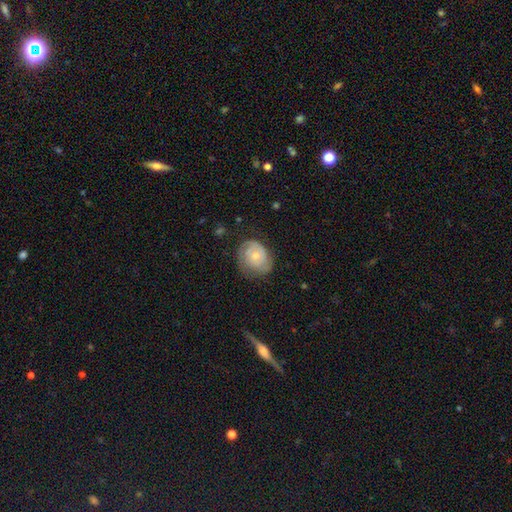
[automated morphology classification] smooth-or-featured: featured or disk: 57% | smooth: 36% | star or artifact: 7%
  disk-edge-on: no: 97% | yes: 3%
    bar: no: 81% | weak: 16% | strong: 2%
    has-spiral-arms: yes: 80% | no: 20%
    bulge-size: small: 53% | moderate: 43% | large: 2% | none: 2% | dominant: 1%
  merging: none: 61% | minor disturbance: 27% | major disturbance: 11% | merger: 1%